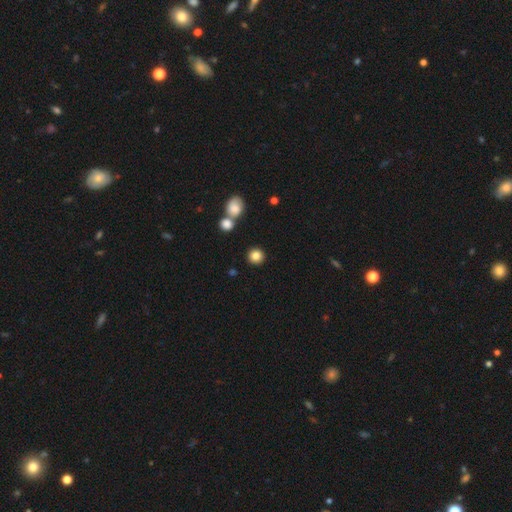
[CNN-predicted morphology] A smooth galaxy with no disk features (84%) that is round (92%).

Vote fractions:
- Smooth or featured? smooth: 84% / star or artifact: 11% / featured or disk: 5%
- How rounded? round: 92% / in between: 7% / cigar-shaped: 1%
- Merging? none: 86% / minor disturbance: 6% / merger: 6% / major disturbance: 2%